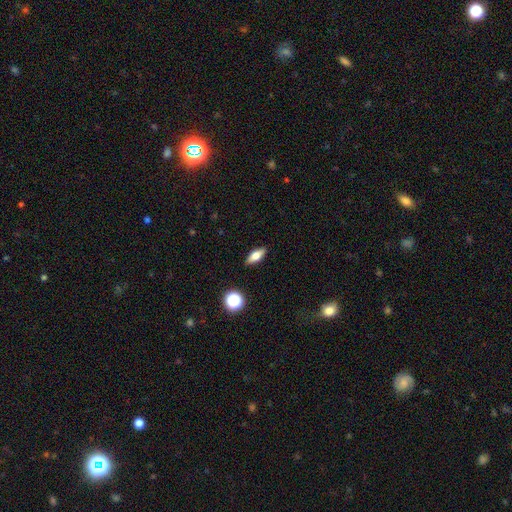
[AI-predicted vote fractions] The model was most divided on "smooth or featured": smooth: 61%, featured or disk: 30%, star or artifact: 9%. More confident: merging — none (89%); how rounded — in between (70%).